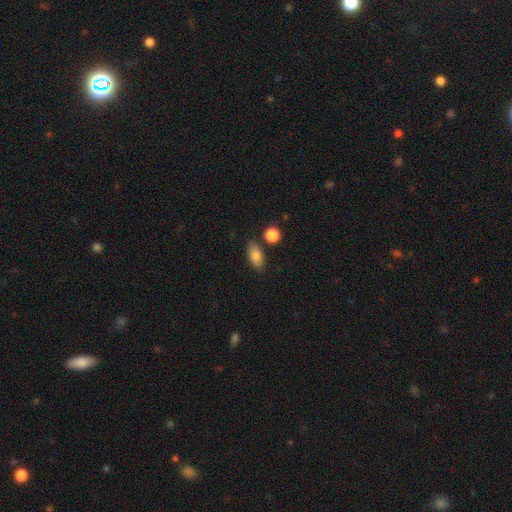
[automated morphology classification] This is clearly a smooth galaxy (82%). How rounded: clearly in between (86%). Merging: likely none (77%).